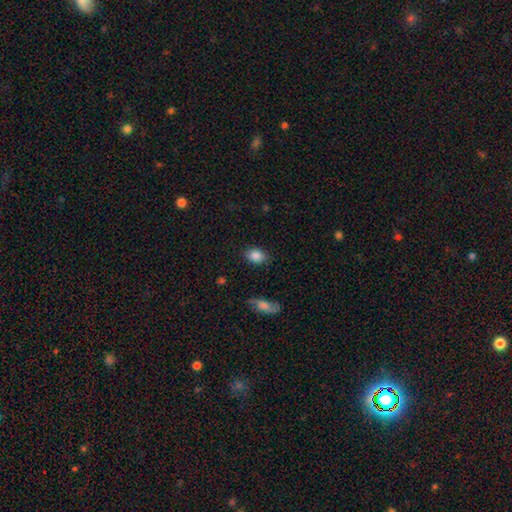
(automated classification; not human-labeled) The model was most divided on "how rounded": in between: 80%, round: 18%, cigar-shaped: 2%. More confident: smooth or featured — smooth (86%); merging — none (83%).